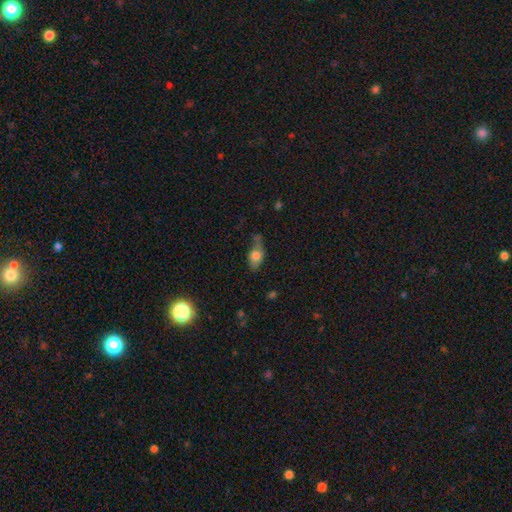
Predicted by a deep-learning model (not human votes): This is likely a smooth galaxy (71%). How rounded: clearly in between (81%). Merging: possibly none (46%).